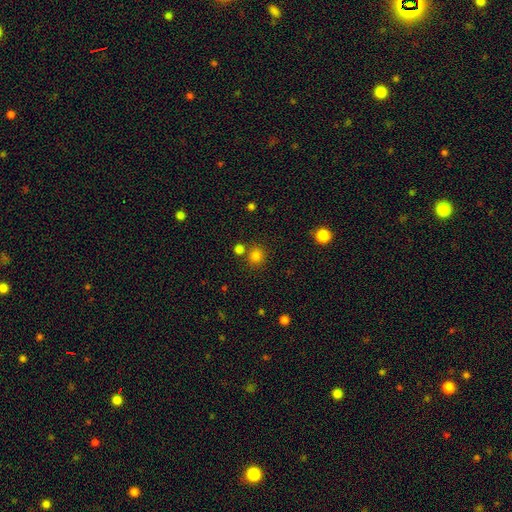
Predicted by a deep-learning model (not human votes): This is clearly a smooth galaxy (81%). How rounded: clearly round (87%). Merging: likely none (75%).